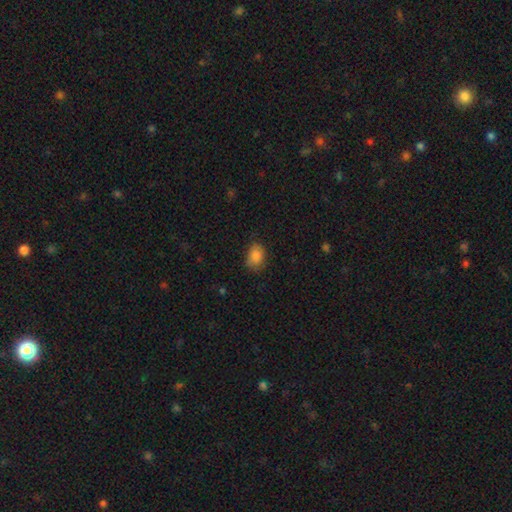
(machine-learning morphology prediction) smooth_or_featured: smooth (p=0.86) [alt: star or artifact p=0.08]
how_rounded: in between (p=0.72) [alt: round p=0.27]
merging: none (p=0.73) [alt: minor disturbance p=0.21]